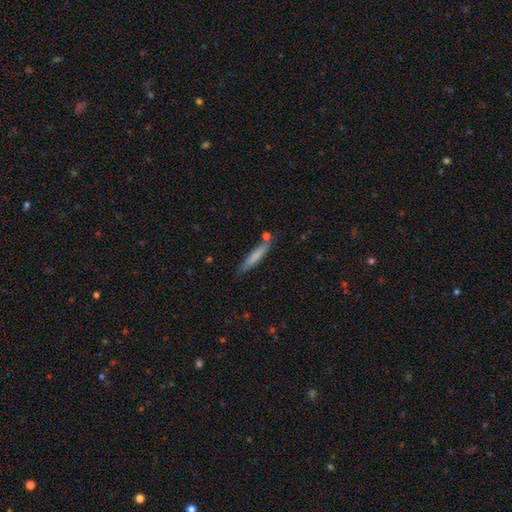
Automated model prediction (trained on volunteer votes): Smooth or featured?
  - smooth: 73% *
  - featured or disk: 21%
  - star or artifact: 6%
How rounded?
  - cigar-shaped: 93% *
  - in between: 6%
  - round: 1%
Merging?
  - none: 78% *
  - minor disturbance: 14%
  - merger: 6%
  - major disturbance: 3%